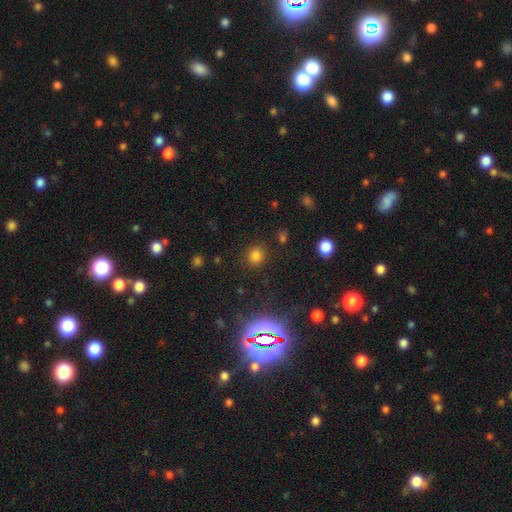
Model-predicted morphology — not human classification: Smooth or featured?
  - smooth: 77% *
  - star or artifact: 18%
  - featured or disk: 5%
How rounded?
  - round: 86% *
  - in between: 13%
  - cigar-shaped: 1%
Merging?
  - none: 87% *
  - minor disturbance: 7%
  - major disturbance: 3%
  - merger: 2%